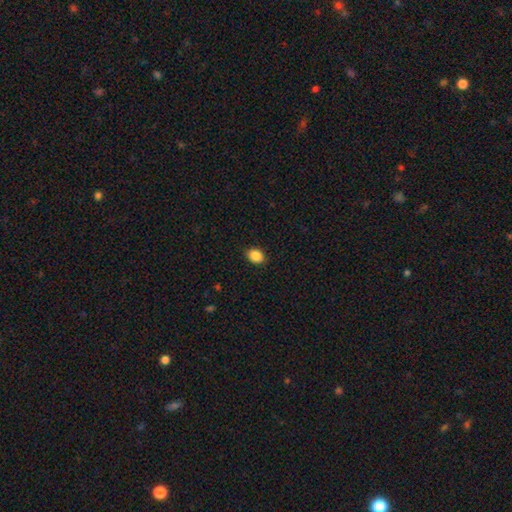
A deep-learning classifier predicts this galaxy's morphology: smooth-or-featured: smooth: 87% | star or artifact: 9% | featured or disk: 4%
  how-rounded: in between: 60% | round: 39% | cigar-shaped: 1%
  merging: none: 89% | minor disturbance: 8% | major disturbance: 2% | merger: 1%